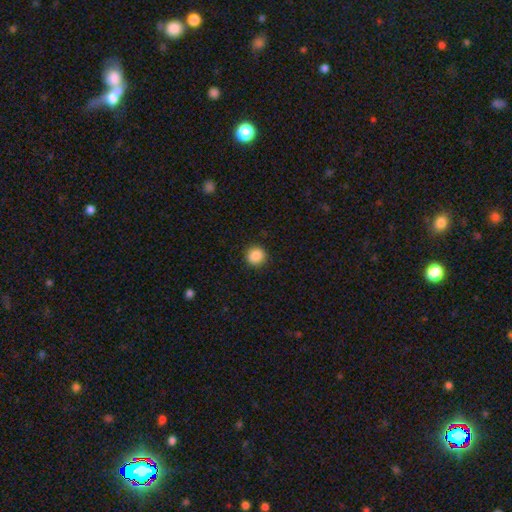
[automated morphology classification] Overall: smooth (88%). How rounded: round (94%). Merging: none (92%).